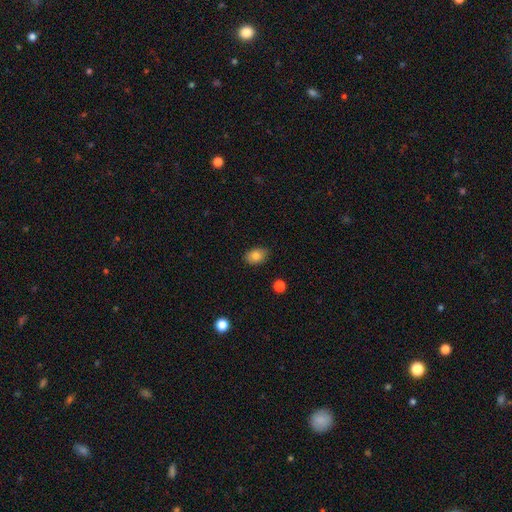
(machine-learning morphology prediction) This appears to be a smooth galaxy with no disk features (83%) that is in between round and cigar-shaped (78%). Merging: none (84%).